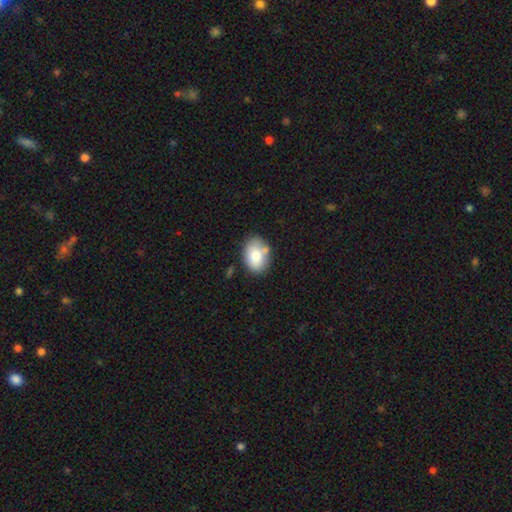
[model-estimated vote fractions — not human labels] A smooth galaxy with no disk features (79%) that is in between round and cigar-shaped (78%).

Vote fractions:
- Smooth or featured? smooth: 79% / featured or disk: 14% / star or artifact: 8%
- How rounded? in between: 78% / round: 21% / cigar-shaped: 1%
- Merging? none: 68% / minor disturbance: 19% / merger: 9% / major disturbance: 4%